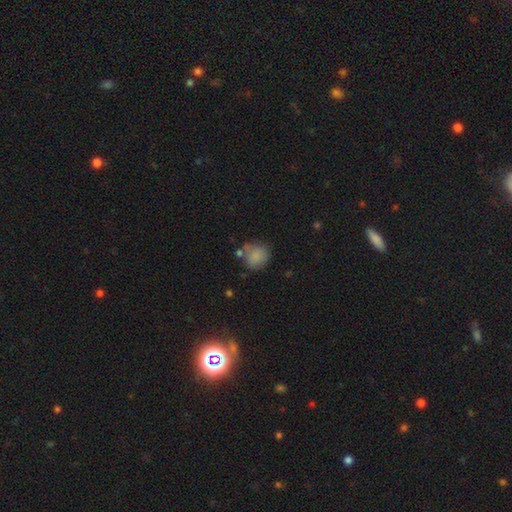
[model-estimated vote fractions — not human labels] Smooth or featured?
  - smooth: 83% *
  - star or artifact: 9%
  - featured or disk: 8%
How rounded?
  - round: 82% *
  - in between: 17%
  - cigar-shaped: 1%
Merging?
  - none: 65% *
  - minor disturbance: 19%
  - merger: 10%
  - major disturbance: 6%